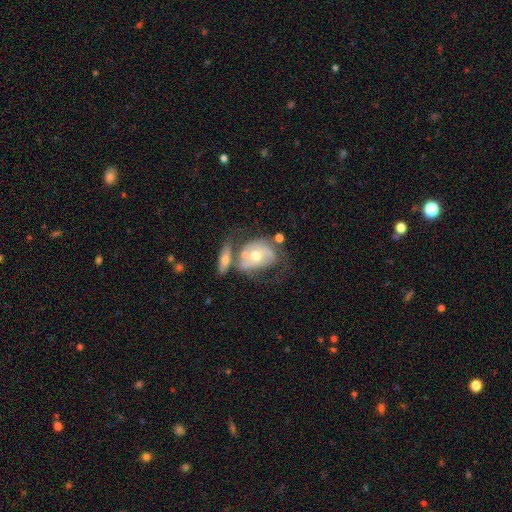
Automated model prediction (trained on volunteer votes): The model was most divided on "merging": merger: 39%, none: 30%, minor disturbance: 17%, major disturbance: 14%. More confident: edge-on disk — no (94%); bar — no (73%); bulge size — moderate (66%); spiral arms — yes (66%); smooth or featured — featured or disk (63%).